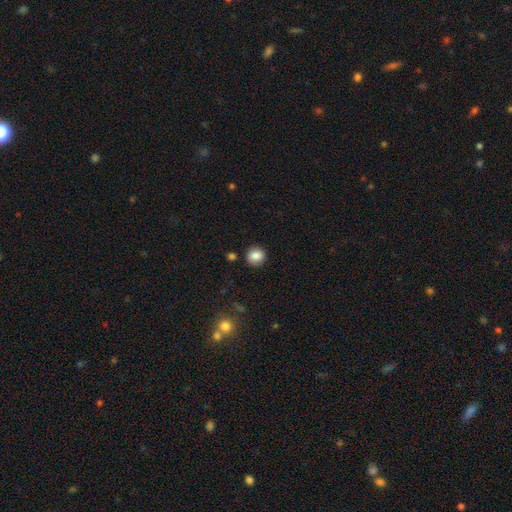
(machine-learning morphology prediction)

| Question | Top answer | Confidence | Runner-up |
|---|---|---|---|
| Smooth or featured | smooth | 86% | star or artifact (9%) |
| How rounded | round | 83% | in between (16%) |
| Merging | none | 89% | minor disturbance (7%) |